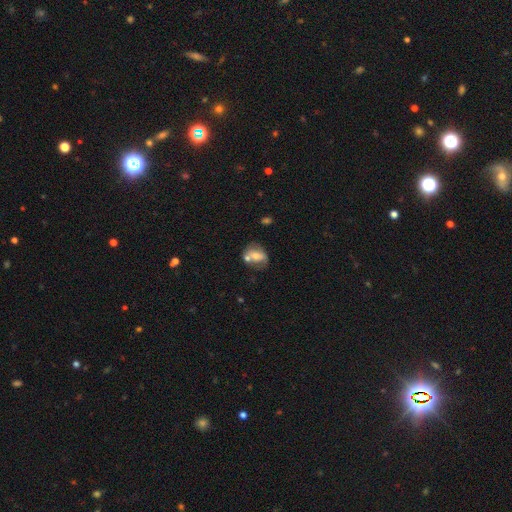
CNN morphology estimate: Overall: smooth (56%; featured or disk 35%). How rounded: in between (59%; round 38%). Merging: none (44%; merger 31%).